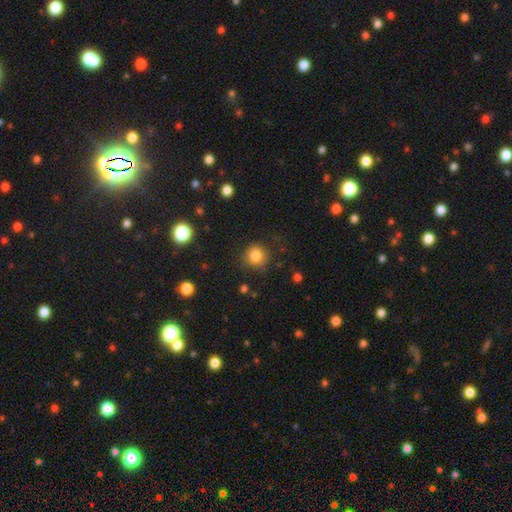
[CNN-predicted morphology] type=smooth (83%); roundness=round (90%); merging=none (81%).